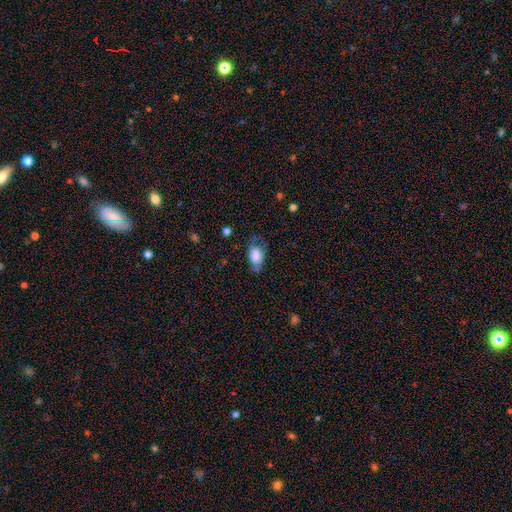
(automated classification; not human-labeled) Overall: smooth (73%). How rounded: in between (88%). Merging: none (52%; minor disturbance 30%).